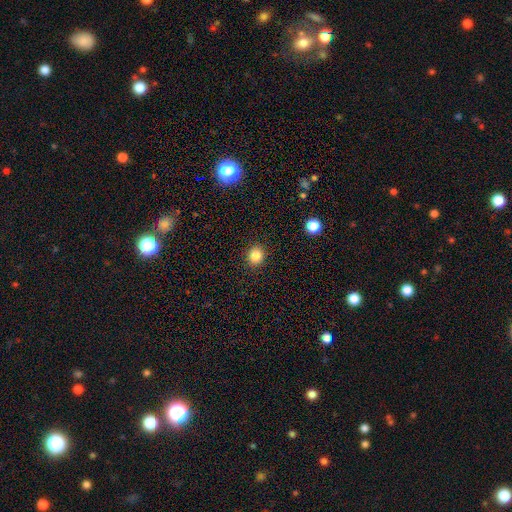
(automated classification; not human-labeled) A smooth galaxy with no disk features (84%) that is round (84%).

Vote fractions:
- Smooth or featured? smooth: 84% / star or artifact: 12% / featured or disk: 5%
- How rounded? round: 84% / in between: 15% / cigar-shaped: 1%
- Merging? none: 91% / minor disturbance: 6% / major disturbance: 2% / merger: 1%